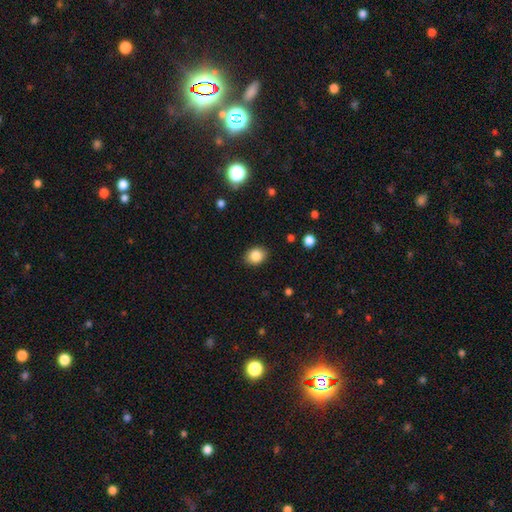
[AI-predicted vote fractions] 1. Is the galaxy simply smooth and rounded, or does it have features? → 85% smooth, 9% star or artifact, 5% featured or disk.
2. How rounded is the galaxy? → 55% in between, 44% round, 1% cigar-shaped.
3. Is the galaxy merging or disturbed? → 87% none, 9% minor disturbance, 2% major disturbance, 1% merger.